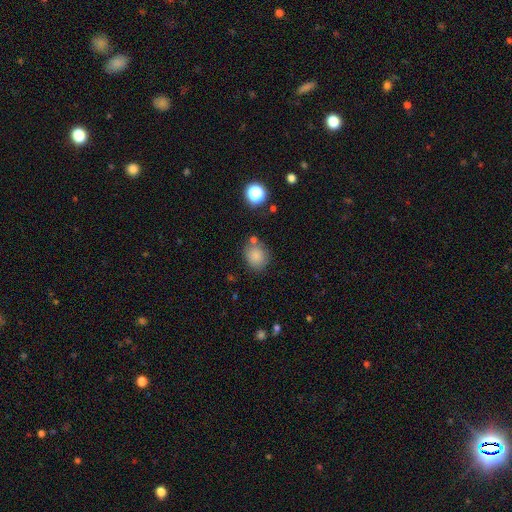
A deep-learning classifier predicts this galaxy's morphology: This appears to be a smooth galaxy with no disk features (82%) that is round (68%). Merging: none (69%).